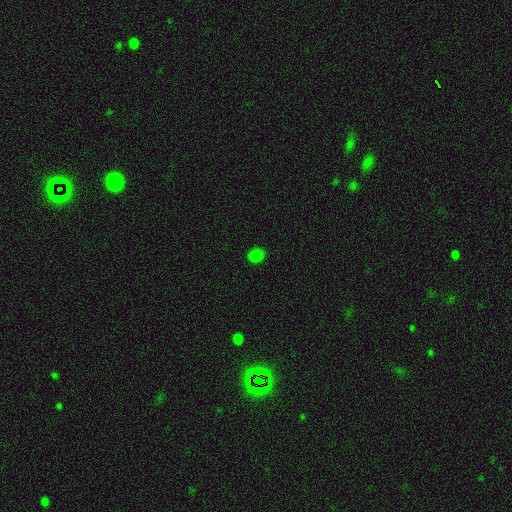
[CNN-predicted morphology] Q: Smooth or featured?
A: smooth (78%); runner-up: star or artifact (18%)
Q: How rounded?
A: round (59%); runner-up: in between (39%)
Q: Merging?
A: none (86%); runner-up: minor disturbance (10%)